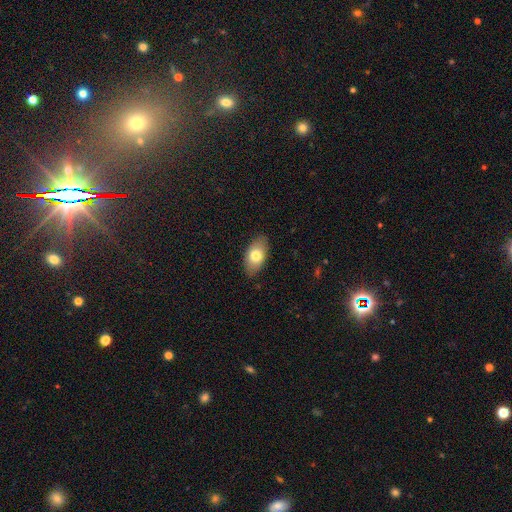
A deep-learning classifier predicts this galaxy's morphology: Overall: smooth (74%). How rounded: in between (92%). Merging: none (86%).